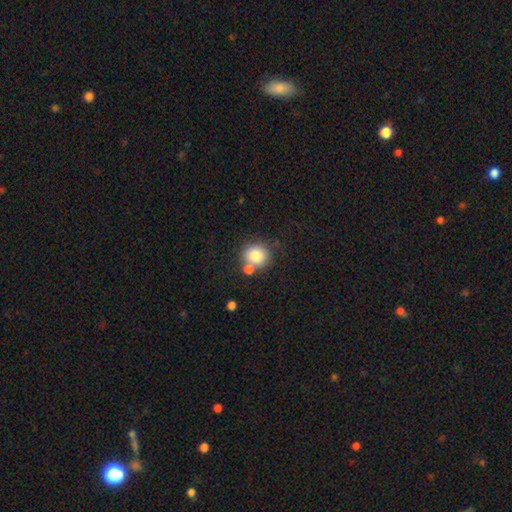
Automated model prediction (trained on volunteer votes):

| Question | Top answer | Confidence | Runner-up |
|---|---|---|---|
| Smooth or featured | smooth | 83% | star or artifact (10%) |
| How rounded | round | 82% | in between (17%) |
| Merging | none | 61% | merger (24%) |